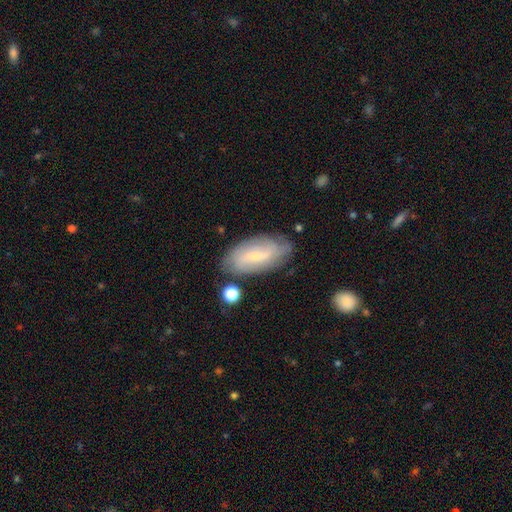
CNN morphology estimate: Smooth or featured: featured or disk — 58% (smooth — 35%)
Edge-on disk: no — 89% (yes — 11%)
Bar: weak — 50% (no — 27%)
Spiral arms: yes — 80% (no — 20%)
Bulge size: small — 72% (moderate — 21%)
Merging: none — 76% (minor disturbance — 17%)